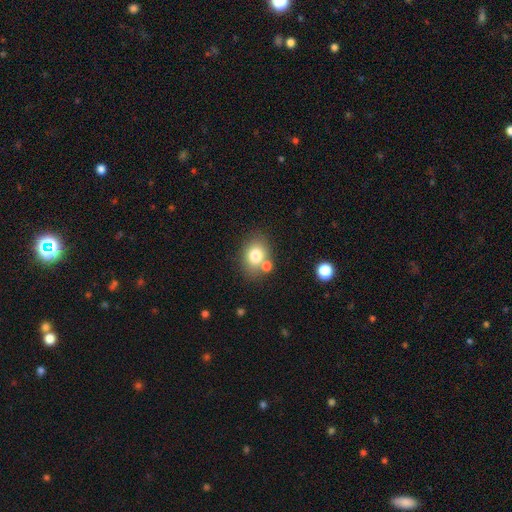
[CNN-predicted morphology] smooth-or-featured: smooth: 76% | featured or disk: 13% | star or artifact: 11%
  how-rounded: in between: 54% | round: 45% | cigar-shaped: 1%
  merging: none: 65% | merger: 19% | minor disturbance: 12% | major disturbance: 4%